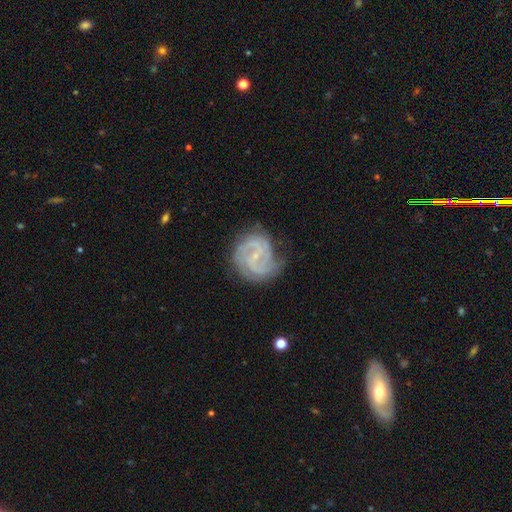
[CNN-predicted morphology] A featured or disk galaxy (86%) with a weak bar (48%), 2 (50%) tight (45%) spiral arms (96%) and a small central bulge (79%). Merging: none (68%).